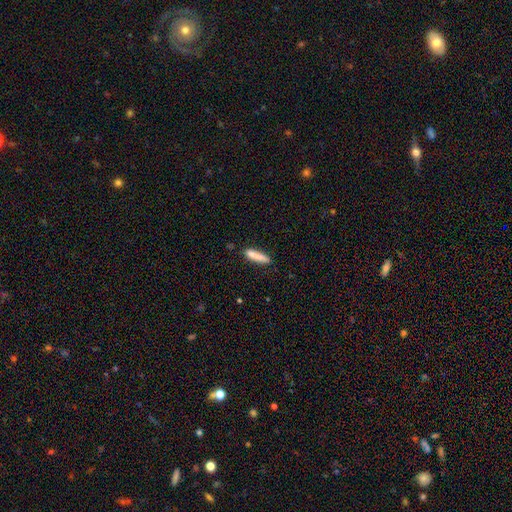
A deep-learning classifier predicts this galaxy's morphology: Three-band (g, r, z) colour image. It shows a smooth galaxy with no disk features (84%) that is cigar-shaped (87%). Merging: none (85%).